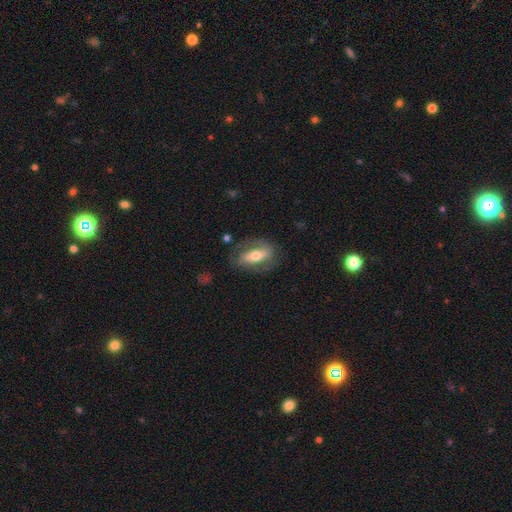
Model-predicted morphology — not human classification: A featured or disk galaxy (55%).

Vote fractions:
- Smooth or featured? featured or disk: 55% / smooth: 38% / star or artifact: 6%
- Edge-on disk? no: 82% / yes: 18%
- Merging? none: 70% / minor disturbance: 18% / major disturbance: 10% / merger: 2%